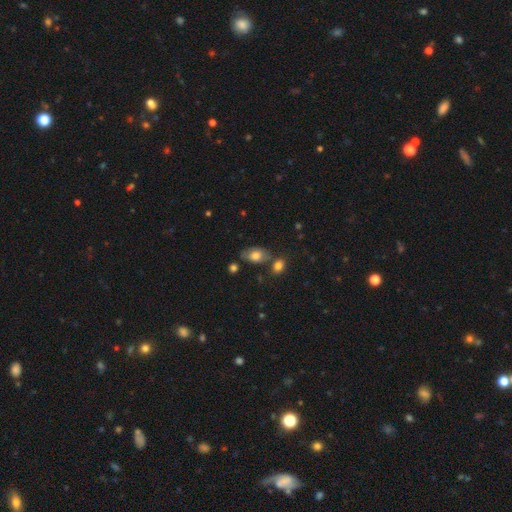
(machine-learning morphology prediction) This appears to be a smooth galaxy with no disk features (73%) that is in between round and cigar-shaped (90%). Merging: none (65%).